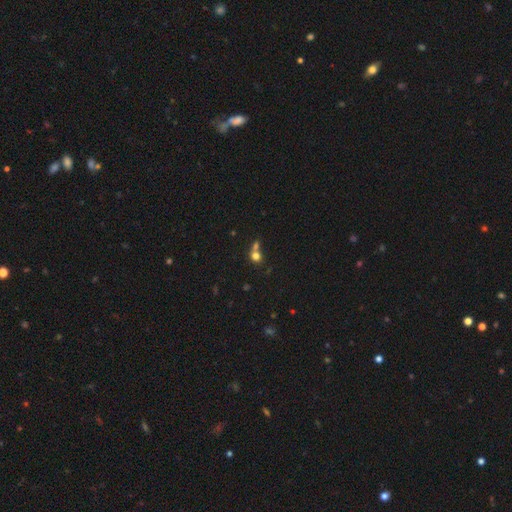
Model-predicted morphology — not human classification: This is likely a smooth galaxy (73%). How rounded: clearly round (82%). Merging: possibly merger (46%).